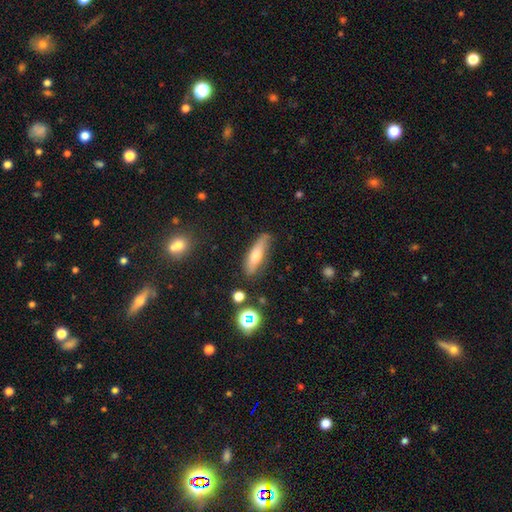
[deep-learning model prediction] This is possibly a smooth galaxy (60%). How rounded: likely cigar-shaped (63%). Merging: likely none (74%).